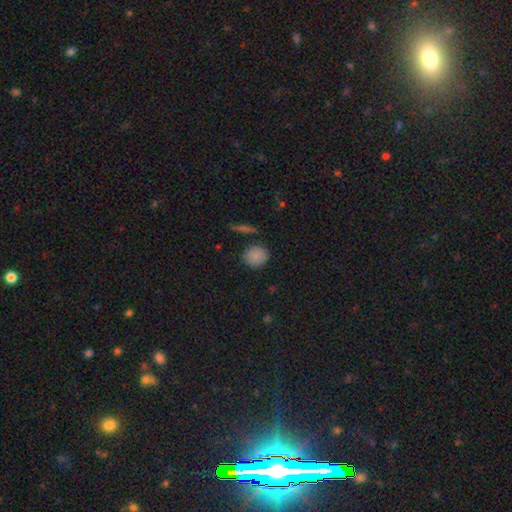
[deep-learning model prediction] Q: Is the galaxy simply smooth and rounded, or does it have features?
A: smooth — 85%.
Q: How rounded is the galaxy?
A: round — 78%.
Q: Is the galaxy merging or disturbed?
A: none — 83%.